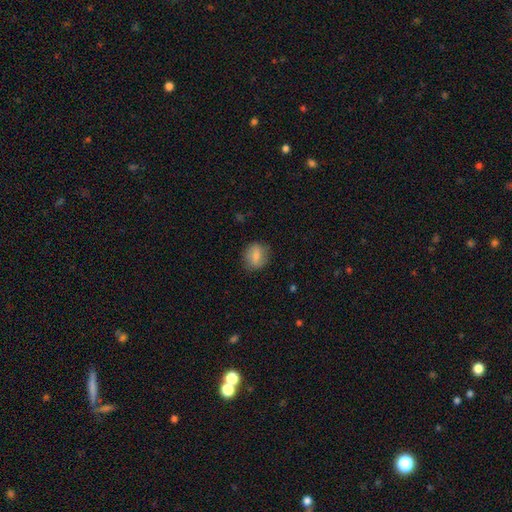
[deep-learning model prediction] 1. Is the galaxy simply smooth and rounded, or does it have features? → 75% smooth, 17% featured or disk, 8% star or artifact.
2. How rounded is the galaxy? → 53% round, 45% in between, 2% cigar-shaped.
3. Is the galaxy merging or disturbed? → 78% none, 17% minor disturbance, 5% major disturbance, 1% merger.